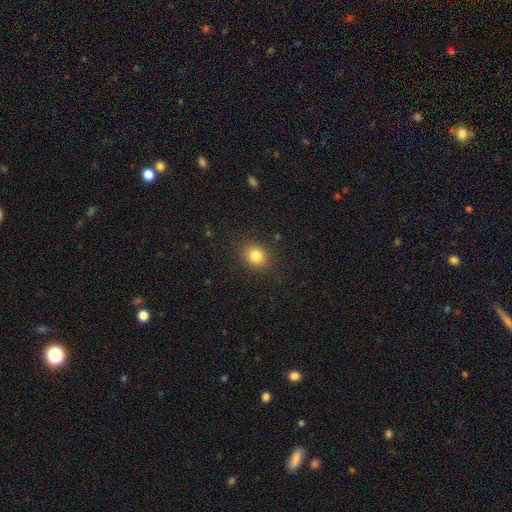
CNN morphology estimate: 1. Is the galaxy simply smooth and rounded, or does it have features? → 82% smooth, 12% star or artifact, 7% featured or disk.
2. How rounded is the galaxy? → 72% round, 27% in between, 1% cigar-shaped.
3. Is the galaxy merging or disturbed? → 88% none, 8% minor disturbance, 3% major disturbance, 1% merger.